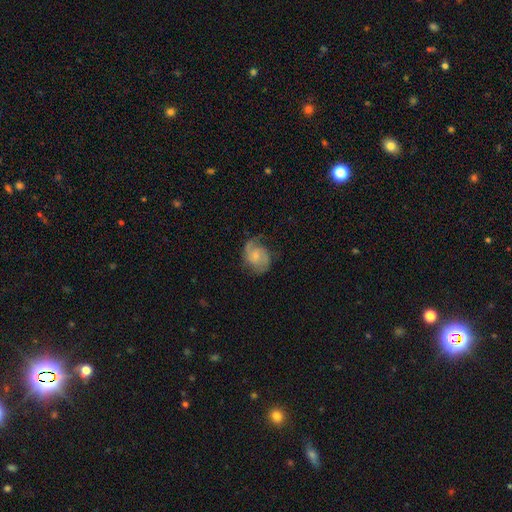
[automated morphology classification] This appears to be a featured or disk galaxy (70%) with no bar (59%), 2 (73%) medium (47%) spiral arms (93%) and a small central bulge (59%). Merging: none (62%).